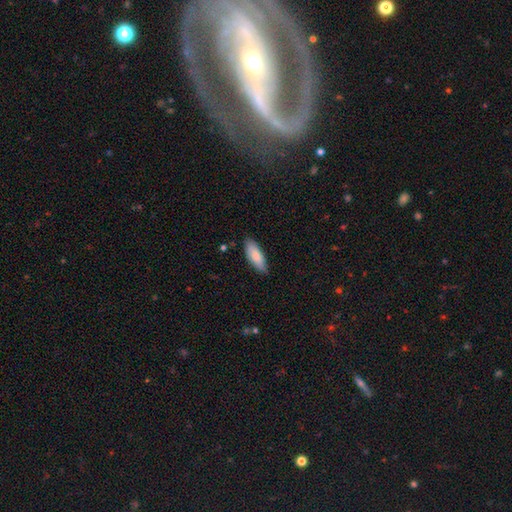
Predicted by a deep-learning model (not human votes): A smooth galaxy with no disk features (79%) that is in between round and cigar-shaped (75%). Merging: none (82%).